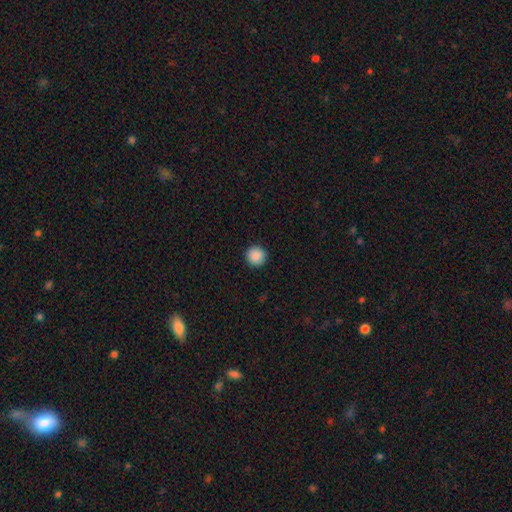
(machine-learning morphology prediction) Smooth or featured? smooth (89%)
How rounded? round (96%)
Merging? none (92%)